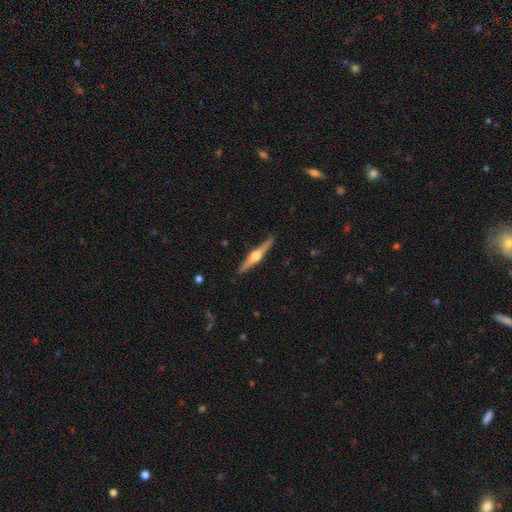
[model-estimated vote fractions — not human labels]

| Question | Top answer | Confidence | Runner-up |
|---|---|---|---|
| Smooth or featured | featured or disk | 79% | smooth (17%) |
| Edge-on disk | yes | 98% | no (2%) |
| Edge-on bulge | rounded | 95% | boxy (3%) |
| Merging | none | 89% | minor disturbance (8%) |